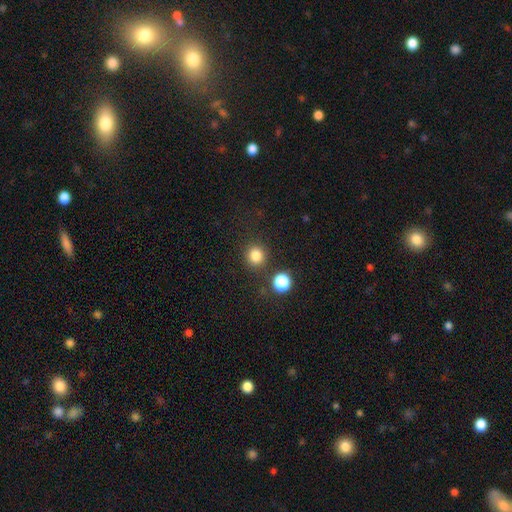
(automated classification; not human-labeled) A smooth galaxy with no disk features (82%) that is round (91%). Merging: none (86%).